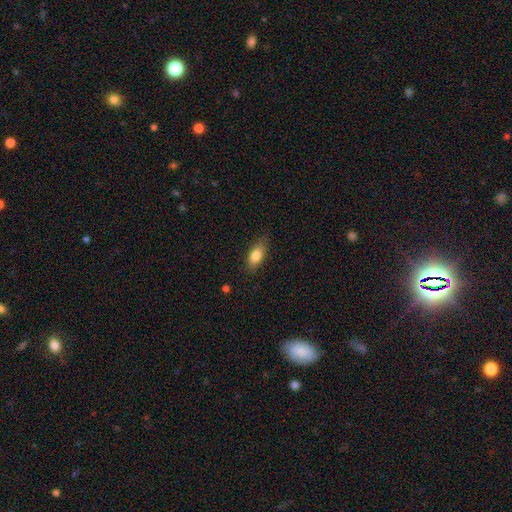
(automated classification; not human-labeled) Smooth or featured? Predicted: smooth (p=0.82). How rounded? Predicted: in between (p=0.85). Merging? Predicted: none (p=0.79).